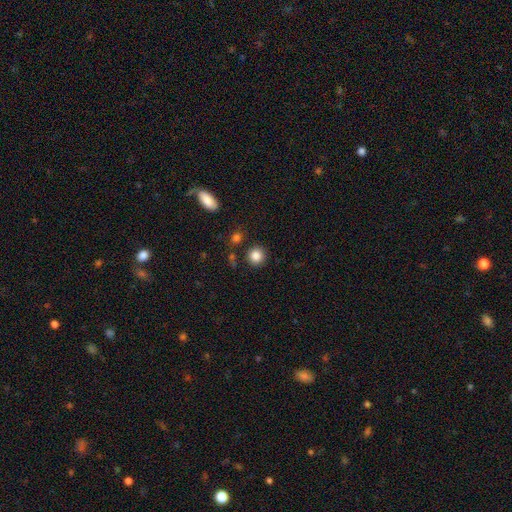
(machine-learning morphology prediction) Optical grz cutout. It shows a smooth galaxy with no disk features (85%) that is round (92%). Merging: none (88%).